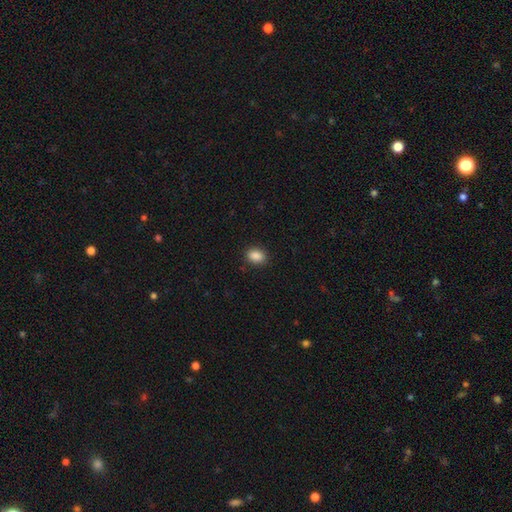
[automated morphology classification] Q: Smooth or featured?
A: smooth (88%); runner-up: star or artifact (9%)
Q: How rounded?
A: in between (69%); runner-up: round (30%)
Q: Merging?
A: none (88%); runner-up: minor disturbance (9%)